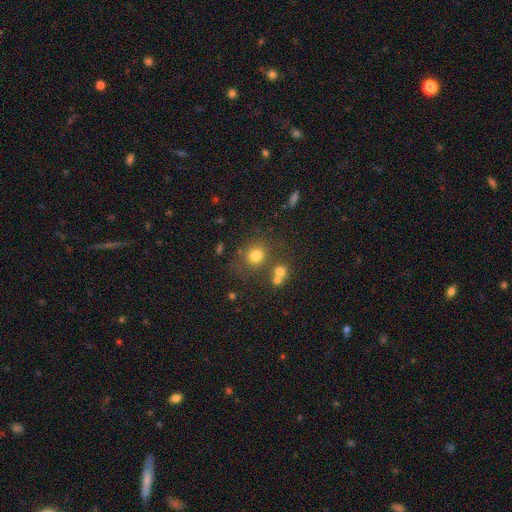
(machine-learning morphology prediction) Overall: smooth (75%). How rounded: round (72%). Merging: none (64%).